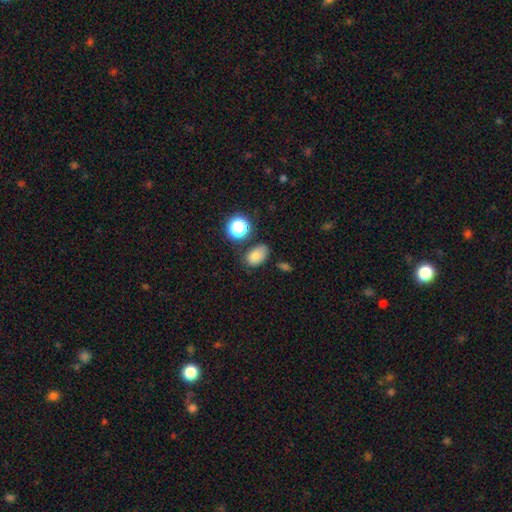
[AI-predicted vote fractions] smooth_or_featured: smooth (p=0.78) [alt: star or artifact p=0.14]
how_rounded: in between (p=0.83) [alt: round p=0.16]
merging: none (p=0.67) [alt: minor disturbance p=0.21]